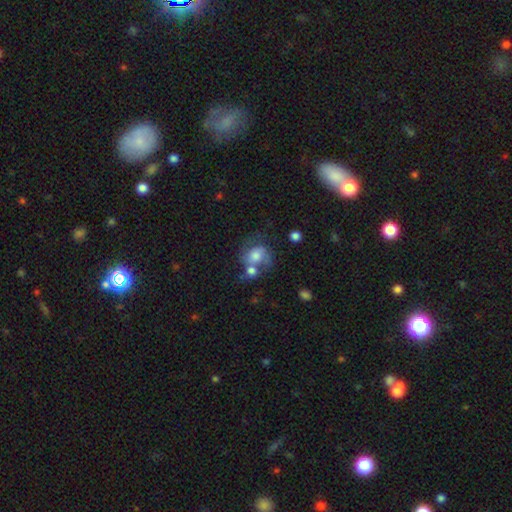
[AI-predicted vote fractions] Q: Smooth or featured?
A: featured or disk (47%); runner-up: smooth (44%)
Q: Merging?
A: merger (37%); runner-up: none (31%)